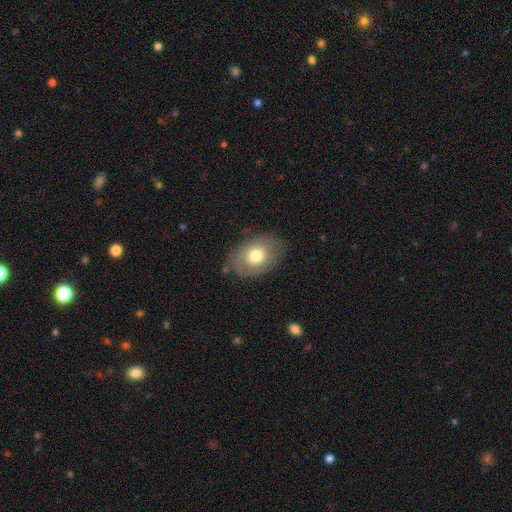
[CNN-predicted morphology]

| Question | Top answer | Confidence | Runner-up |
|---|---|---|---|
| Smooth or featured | smooth | 65% | featured or disk (27%) |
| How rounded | in between | 77% | round (22%) |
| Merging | none | 78% | minor disturbance (16%) |